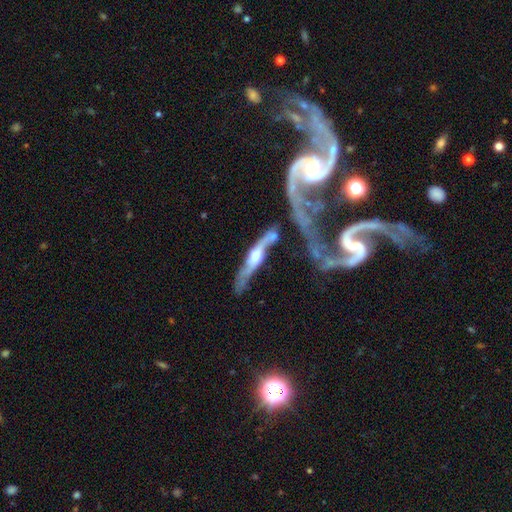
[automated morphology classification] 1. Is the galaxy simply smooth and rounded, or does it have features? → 76% featured or disk, 18% smooth, 5% star or artifact.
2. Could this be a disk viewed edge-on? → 73% yes, 27% no.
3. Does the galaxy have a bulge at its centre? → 92% rounded, 4% boxy, 4% none.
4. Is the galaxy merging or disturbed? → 44% none, 23% merger, 19% minor disturbance, 14% major disturbance.